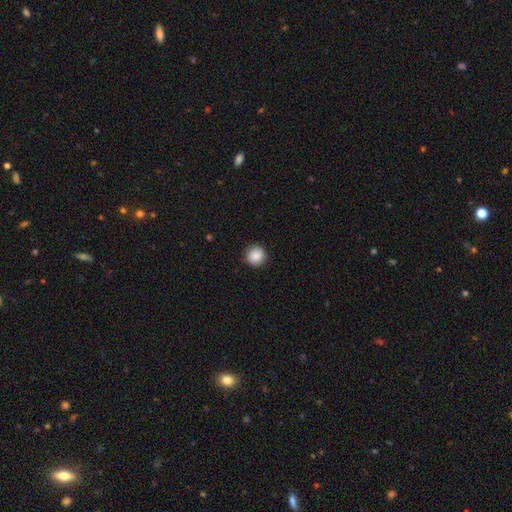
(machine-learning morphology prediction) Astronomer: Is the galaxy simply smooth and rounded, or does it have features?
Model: smooth — 88%.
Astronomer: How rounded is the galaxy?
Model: round — 94%.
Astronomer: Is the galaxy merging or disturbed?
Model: none — 91%.